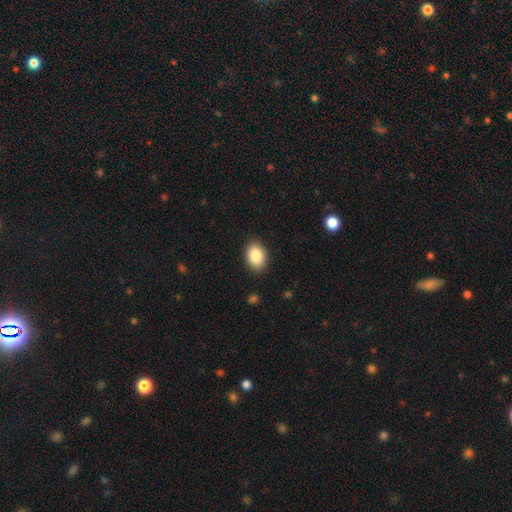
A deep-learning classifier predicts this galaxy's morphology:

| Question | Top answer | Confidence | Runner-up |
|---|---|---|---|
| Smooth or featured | smooth | 86% | star or artifact (8%) |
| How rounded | in between | 79% | round (20%) |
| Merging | none | 88% | minor disturbance (9%) |